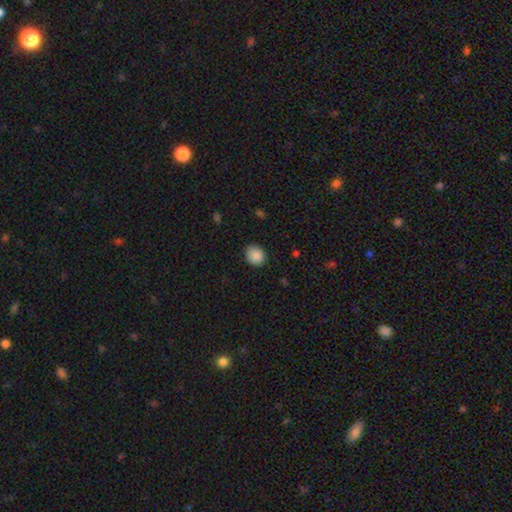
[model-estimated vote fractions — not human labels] Smooth or featured? smooth (88%)
How rounded? round (69%)
Merging? none (84%)